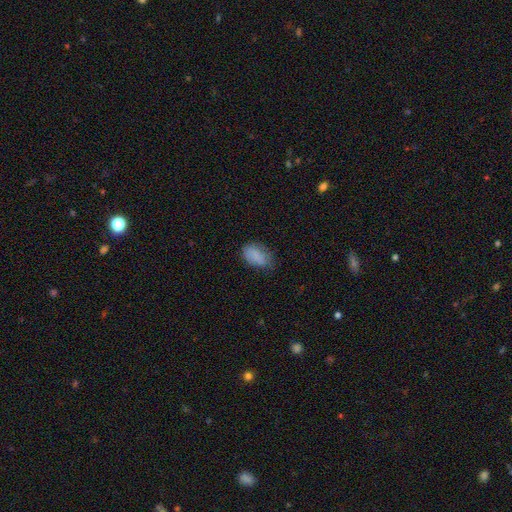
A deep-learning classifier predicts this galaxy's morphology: Overall: smooth (85%). How rounded: in between (92%). Merging: none (62%; minor disturbance 29%).